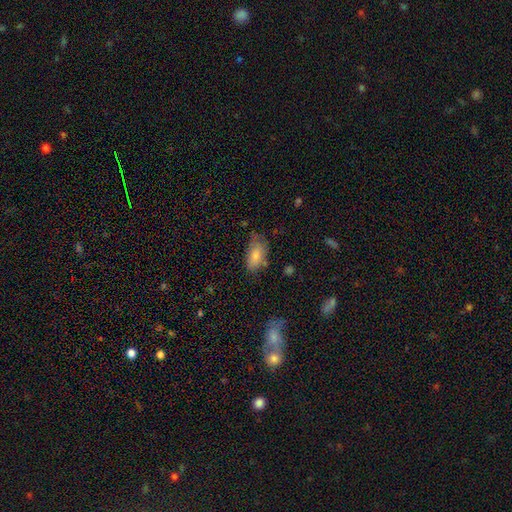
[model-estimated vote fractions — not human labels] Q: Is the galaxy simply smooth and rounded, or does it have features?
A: smooth — 80%.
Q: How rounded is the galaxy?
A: in between — 92%.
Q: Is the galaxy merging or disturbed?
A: none — 59%.